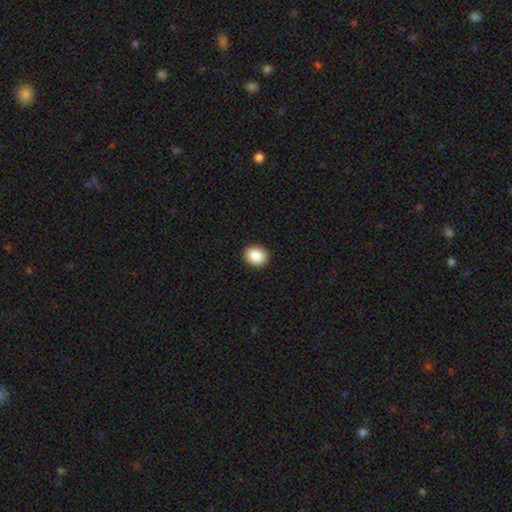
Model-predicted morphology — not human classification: smooth_or_featured: smooth (p=0.88) [alt: star or artifact p=0.08]
how_rounded: round (p=0.57) [alt: in between p=0.42]
merging: none (p=0.91) [alt: minor disturbance p=0.06]